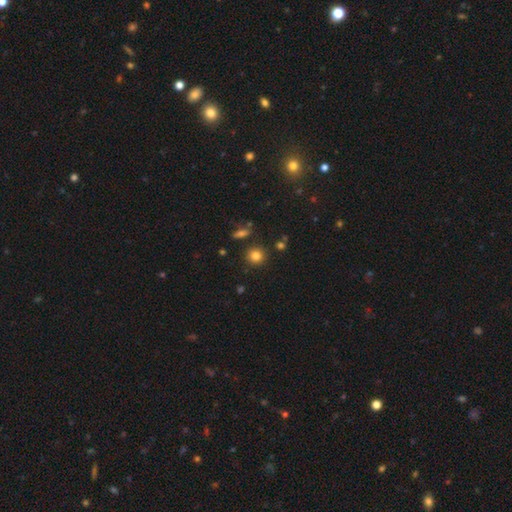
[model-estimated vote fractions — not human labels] Smooth or featured?
  - smooth: 82% *
  - star or artifact: 13%
  - featured or disk: 5%
How rounded?
  - round: 90% *
  - in between: 9%
  - cigar-shaped: 1%
Merging?
  - none: 87% *
  - minor disturbance: 7%
  - merger: 3%
  - major disturbance: 2%